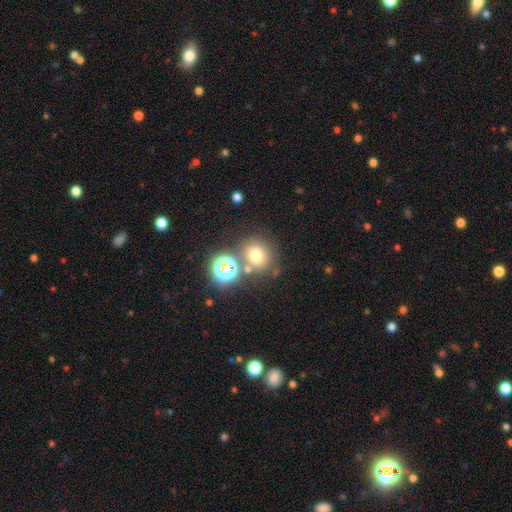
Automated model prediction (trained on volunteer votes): smooth-or-featured: smooth: 66% | star or artifact: 24% | featured or disk: 11%
  how-rounded: round: 84% | in between: 15% | cigar-shaped: 1%
  merging: none: 67% | merger: 19% | minor disturbance: 10% | major disturbance: 5%